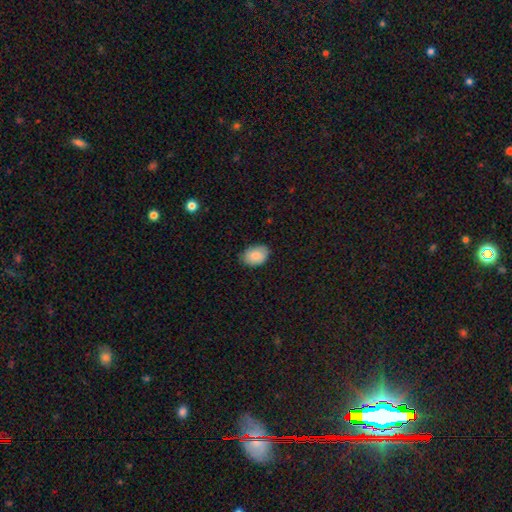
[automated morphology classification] A smooth galaxy with no disk features (85%) that is in between round and cigar-shaped (83%).

Vote fractions:
- Smooth or featured? smooth: 85% / featured or disk: 8% / star or artifact: 7%
- How rounded? in between: 83% / round: 16% / cigar-shaped: 1%
- Merging? none: 79% / minor disturbance: 18% / major disturbance: 3% / merger: 1%